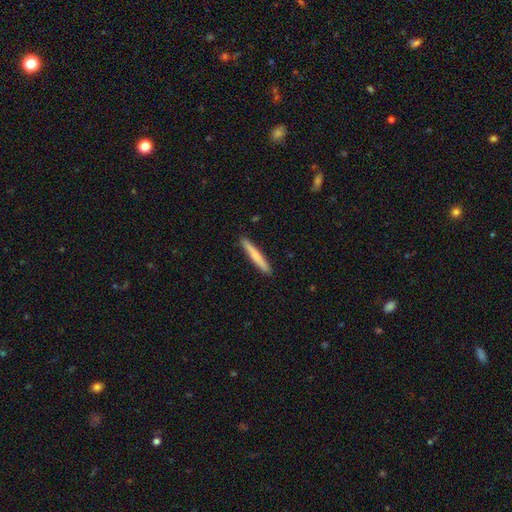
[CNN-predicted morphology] smooth-or-featured: smooth: 69% | featured or disk: 26% | star or artifact: 5%
  how-rounded: cigar-shaped: 96% | in between: 3% | round: 1%
  merging: none: 92% | minor disturbance: 6% | major disturbance: 1% | merger: 1%